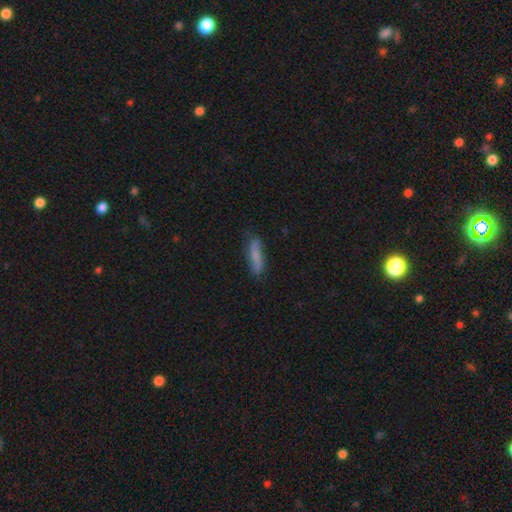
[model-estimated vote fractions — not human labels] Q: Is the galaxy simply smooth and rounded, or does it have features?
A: smooth — 67%.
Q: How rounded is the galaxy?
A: cigar-shaped — 70%.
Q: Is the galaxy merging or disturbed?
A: none — 75%.